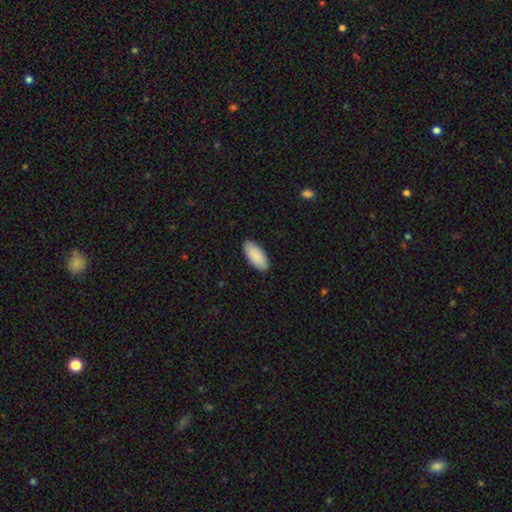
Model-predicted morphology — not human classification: Smooth or featured: smooth — 91% (star or artifact — 5%)
How rounded: in between — 90% (cigar-shaped — 9%)
Merging: none — 89% (minor disturbance — 8%)